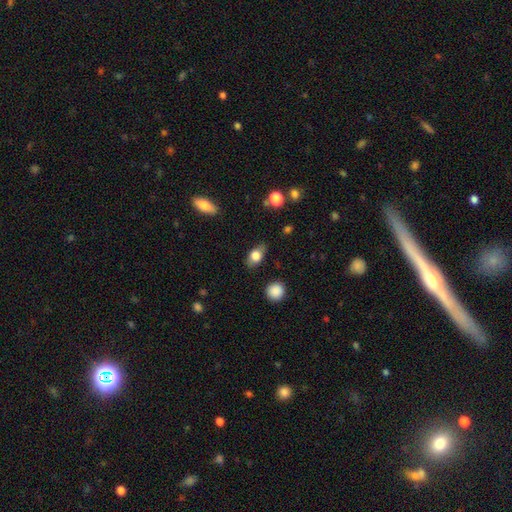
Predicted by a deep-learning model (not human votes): This appears to be a smooth galaxy with no disk features (73%) that is in between round and cigar-shaped (81%). Merging: none (78%).